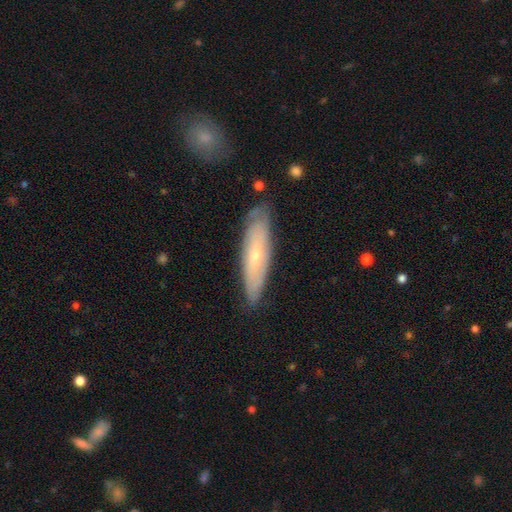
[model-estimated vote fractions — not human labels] Overall: featured or disk (51%; smooth 43%). Edge-on disk: no (56%; yes 44%). Merging: none (79%).